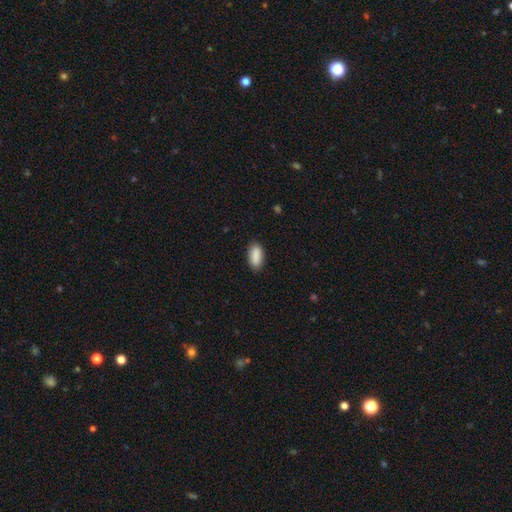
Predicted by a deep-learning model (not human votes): smooth_or_featured: smooth (p=0.90) [alt: star or artifact p=0.07]
how_rounded: in between (p=0.90) [alt: cigar-shaped p=0.07]
merging: none (p=0.87) [alt: minor disturbance p=0.10]